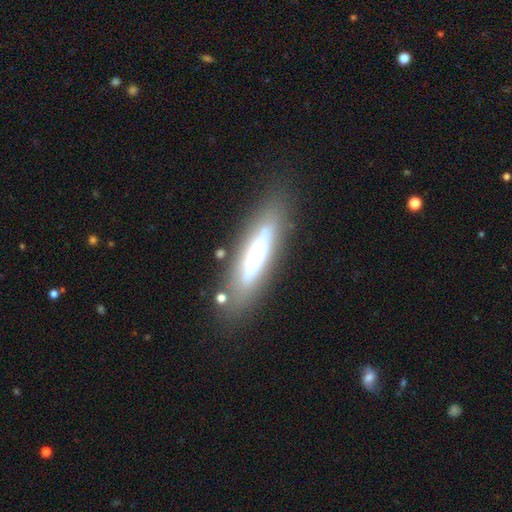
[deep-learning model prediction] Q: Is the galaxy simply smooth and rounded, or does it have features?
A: smooth — 49%.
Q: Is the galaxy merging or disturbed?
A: none — 77%.